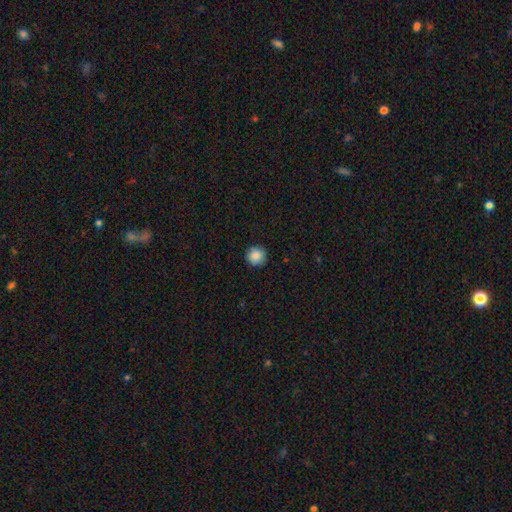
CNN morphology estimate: smooth_or_featured: smooth (p=0.88) [alt: star or artifact p=0.08]
how_rounded: round (p=0.95) [alt: in between p=0.04]
merging: none (p=0.91) [alt: minor disturbance p=0.06]